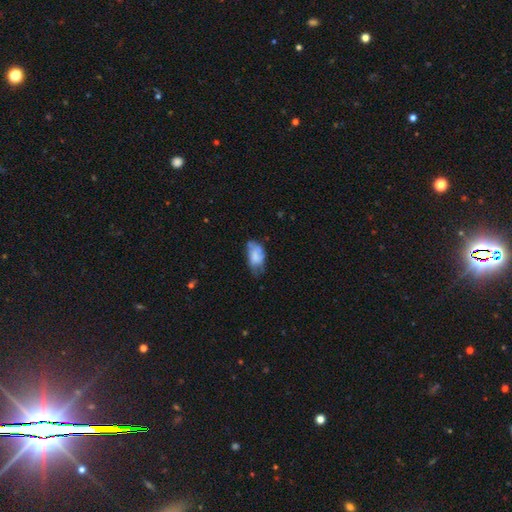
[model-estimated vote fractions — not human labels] Morphology: type=smooth (64%); roundness=in between (92%); merging=minor disturbance (39%).